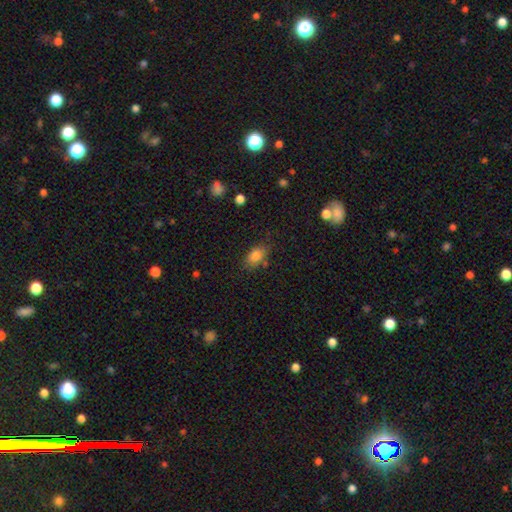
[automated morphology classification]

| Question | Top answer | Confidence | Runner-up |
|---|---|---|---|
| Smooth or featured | smooth | 83% | star or artifact (10%) |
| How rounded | in between | 87% | round (9%) |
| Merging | none | 72% | minor disturbance (17%) |